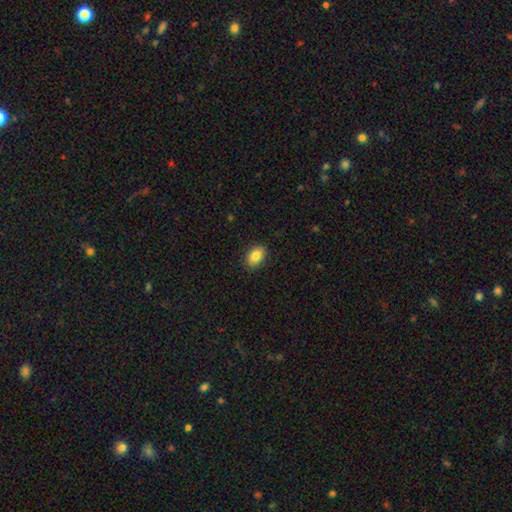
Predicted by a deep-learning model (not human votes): This appears to be a smooth galaxy with no disk features (86%) that is in between round and cigar-shaped (84%). Merging: none (89%).